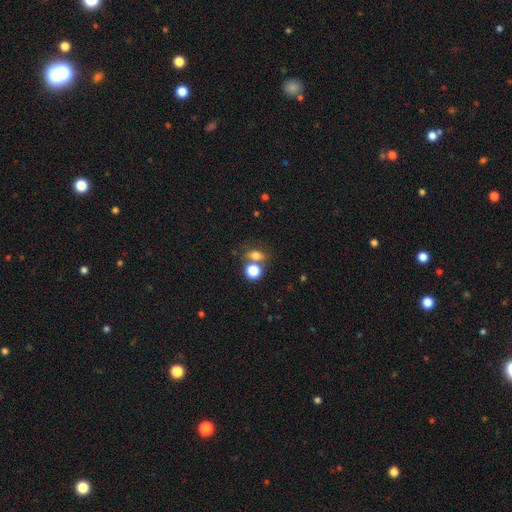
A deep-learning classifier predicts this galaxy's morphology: Overall: smooth (71%). How rounded: in between (56%; round 39%). Merging: none (56%; merger 29%).